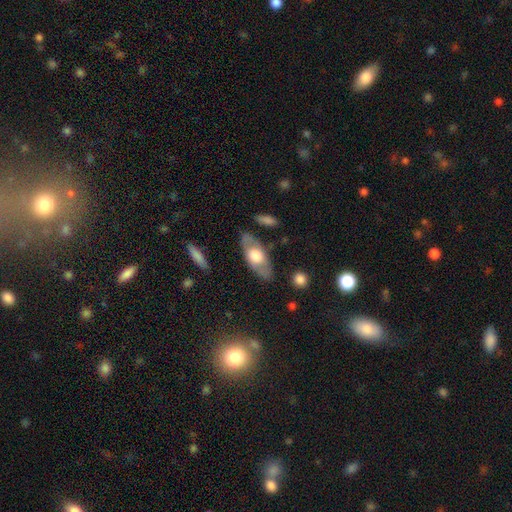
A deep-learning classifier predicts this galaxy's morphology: This appears to be a smooth galaxy with no disk features (49%). Merging: none (80%).